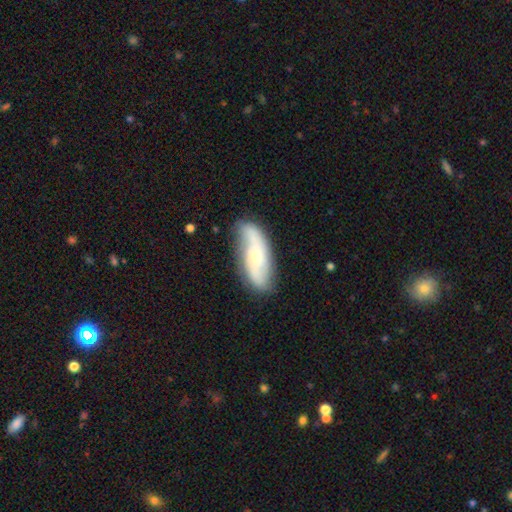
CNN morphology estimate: Smooth or featured: featured or disk — 60% (smooth — 33%)
Edge-on disk: no — 88% (yes — 12%)
Bar: no — 69% (weak — 23%)
Spiral arms: yes — 87% (no — 13%)
Bulge size: small — 65% (moderate — 28%)
Merging: none — 70% (minor disturbance — 21%)